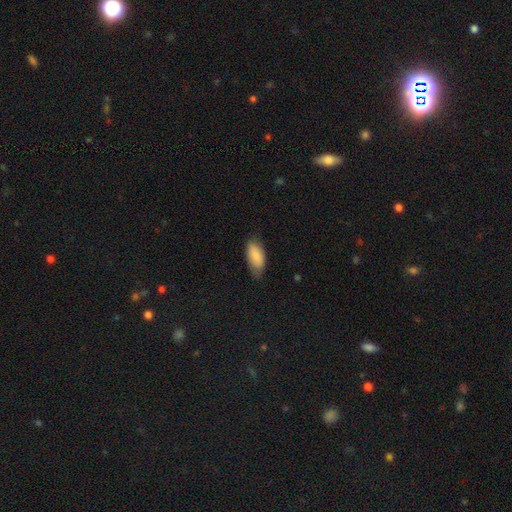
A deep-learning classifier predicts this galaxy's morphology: Q: Smooth or featured?
A: smooth (86%); runner-up: featured or disk (8%)
Q: How rounded?
A: in between (91%); runner-up: cigar-shaped (7%)
Q: Merging?
A: none (65%); runner-up: minor disturbance (29%)